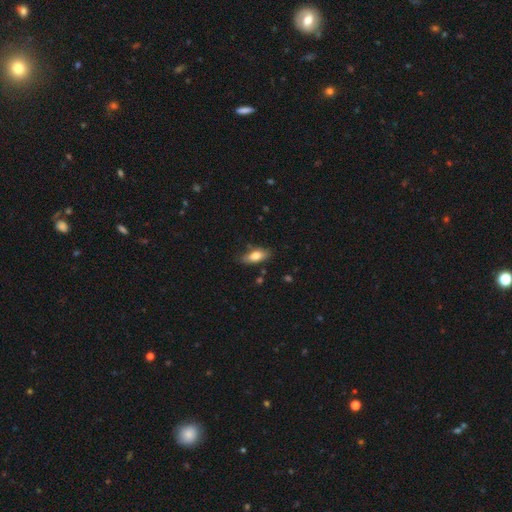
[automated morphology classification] Smooth or featured: smooth — 74% (featured or disk — 19%)
How rounded: in between — 78% (cigar-shaped — 19%)
Merging: none — 75% (minor disturbance — 19%)